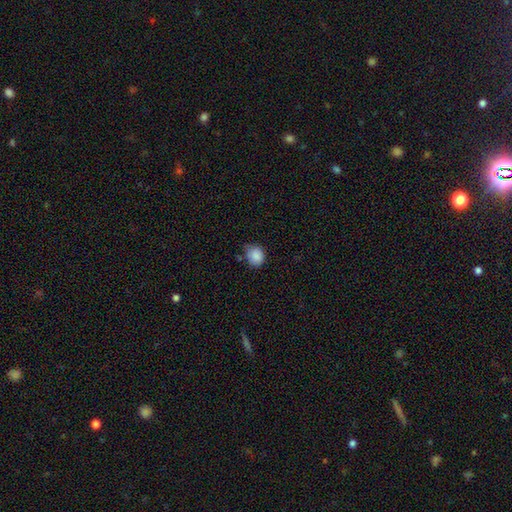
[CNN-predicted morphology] type=smooth (87%); roundness=round (68%); merging=none (64%).